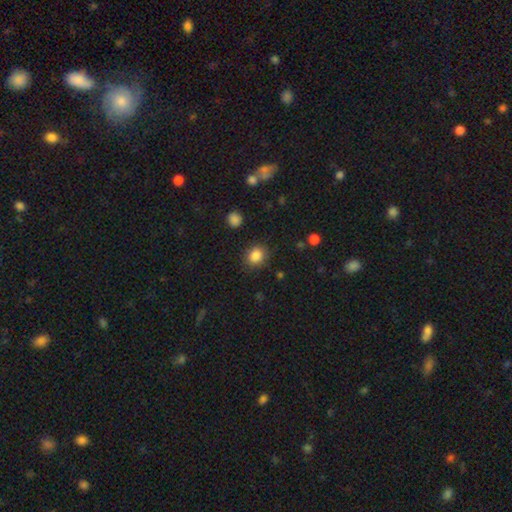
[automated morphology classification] Smooth or featured? smooth (85%)
How rounded? round (68%)
Merging? none (85%)